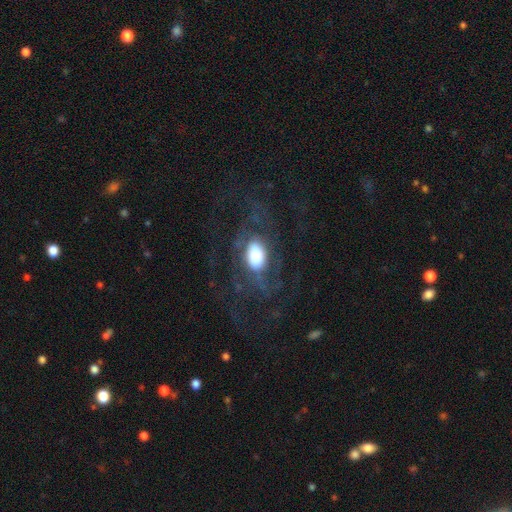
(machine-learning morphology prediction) Smooth or featured? featured or disk (53%)
Edge-on disk? no (93%)
Merging? none (58%)